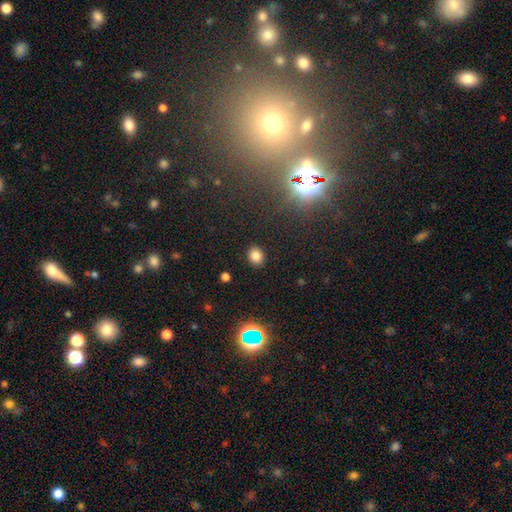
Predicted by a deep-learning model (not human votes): smooth_or_featured: smooth (p=0.82) [alt: star or artifact p=0.13]
how_rounded: round (p=0.60) [alt: in between p=0.39]
merging: none (p=0.89) [alt: minor disturbance p=0.07]